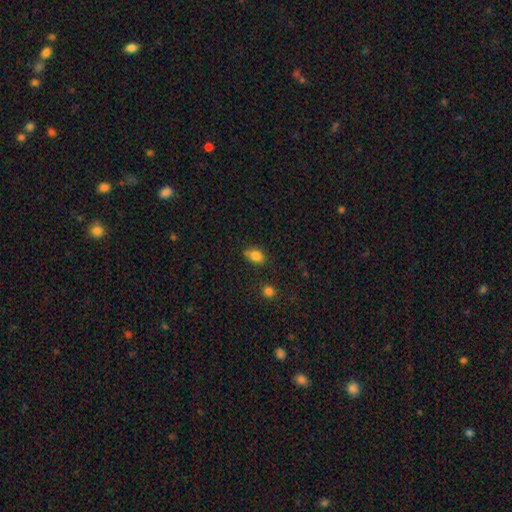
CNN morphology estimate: This is clearly a smooth galaxy (83%). How rounded: likely in between (79%). Merging: likely none (68%).